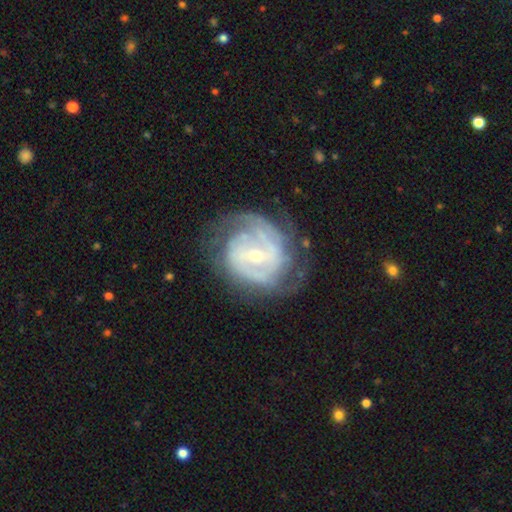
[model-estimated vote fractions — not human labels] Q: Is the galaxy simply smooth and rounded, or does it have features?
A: featured or disk — 85%.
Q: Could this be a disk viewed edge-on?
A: no — 97%.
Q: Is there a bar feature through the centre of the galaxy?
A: weak — 47%.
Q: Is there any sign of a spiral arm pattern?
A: yes — 92%.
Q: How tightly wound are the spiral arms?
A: tight — 58%.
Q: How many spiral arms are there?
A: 2 — 34%, tied with can't tell.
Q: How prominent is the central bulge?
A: small — 59%.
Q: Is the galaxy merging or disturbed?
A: none — 66%.